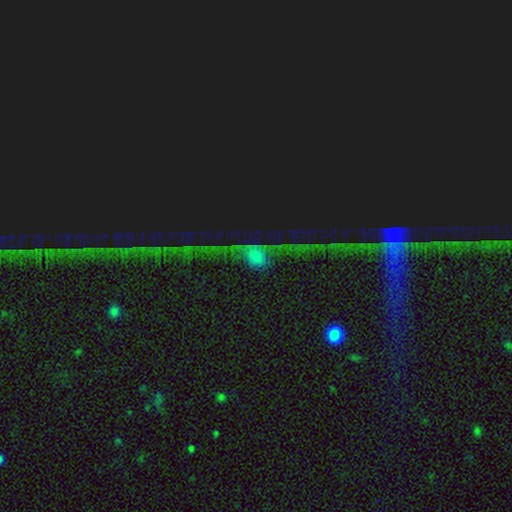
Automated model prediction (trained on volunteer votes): Smooth or featured: star or artifact — 38% (featured or disk — 32%)